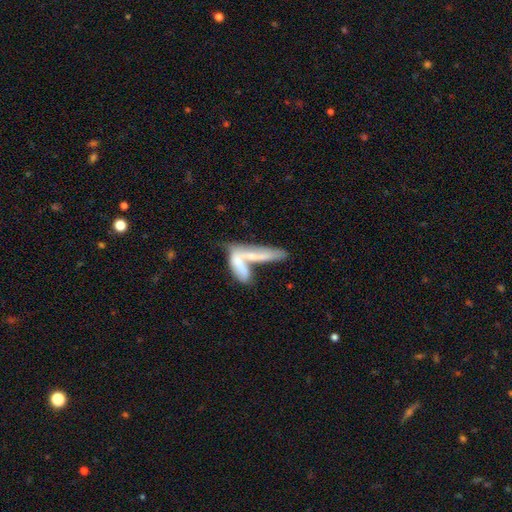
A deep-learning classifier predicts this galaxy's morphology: Smooth or featured? smooth (55%)
How rounded? cigar-shaped (63%)
Merging? merger (67%)